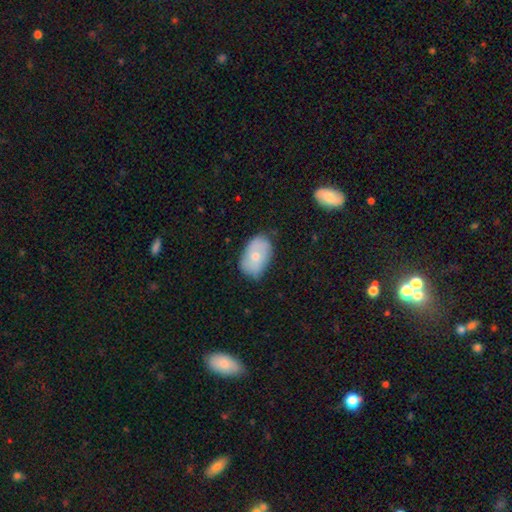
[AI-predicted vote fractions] Smooth or featured: smooth — 63% (featured or disk — 30%)
How rounded: in between — 88% (round — 11%)
Merging: none — 68% (minor disturbance — 26%)